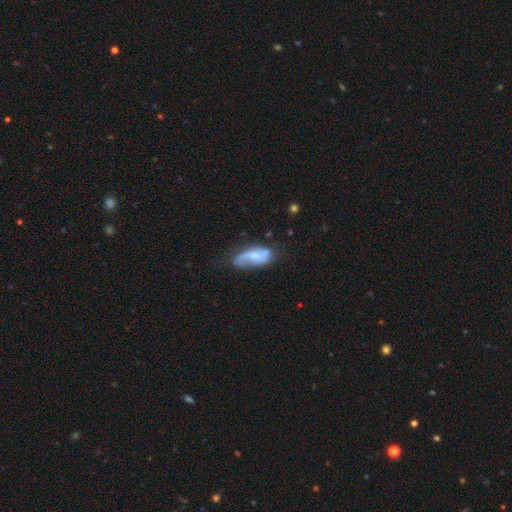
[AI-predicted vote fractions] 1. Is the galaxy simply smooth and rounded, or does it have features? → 47% featured or disk, 46% smooth, 7% star or artifact.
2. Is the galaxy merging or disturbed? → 43% none, 30% minor disturbance, 21% major disturbance, 6% merger.